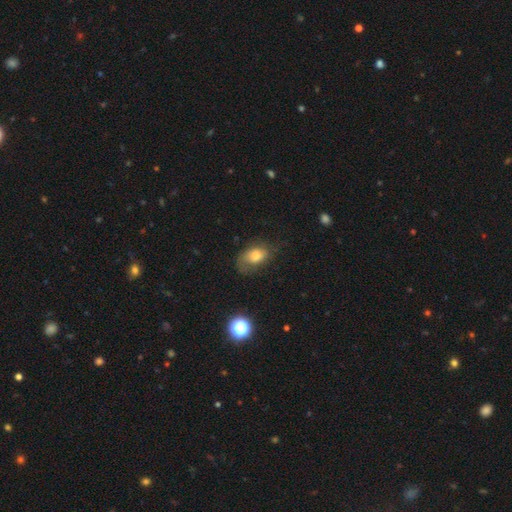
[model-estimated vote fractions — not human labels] This appears to be a smooth galaxy with no disk features (67%) that is in between round and cigar-shaped (84%). Merging: none (49%).